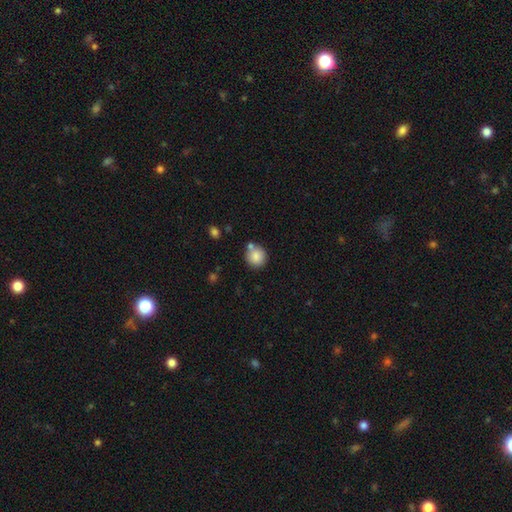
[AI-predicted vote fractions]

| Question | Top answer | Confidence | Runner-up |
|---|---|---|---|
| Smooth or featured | smooth | 84% | star or artifact (9%) |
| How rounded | round | 91% | in between (8%) |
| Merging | none | 71% | merger (16%) |